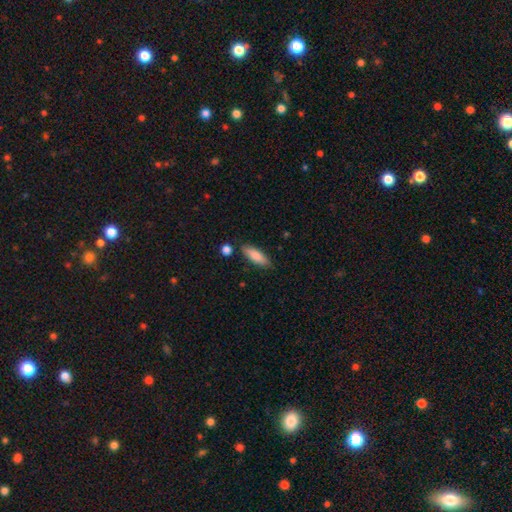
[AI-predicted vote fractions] Smooth or featured? smooth (84%)
How rounded? in between (60%)
Merging? none (81%)